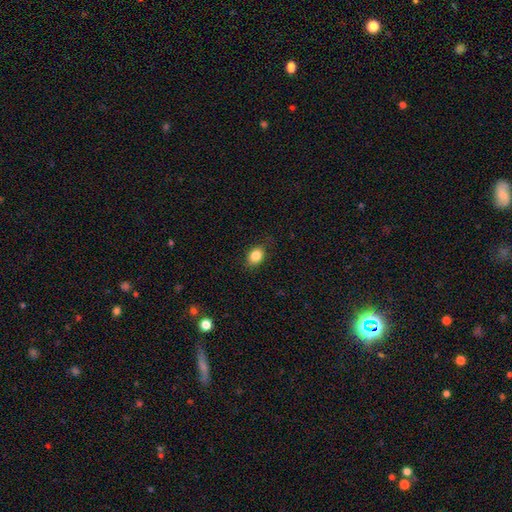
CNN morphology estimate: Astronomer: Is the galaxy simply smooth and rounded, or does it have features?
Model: smooth — 84%.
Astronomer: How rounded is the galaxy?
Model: in between — 65%.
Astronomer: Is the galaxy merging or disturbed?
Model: none — 85%.